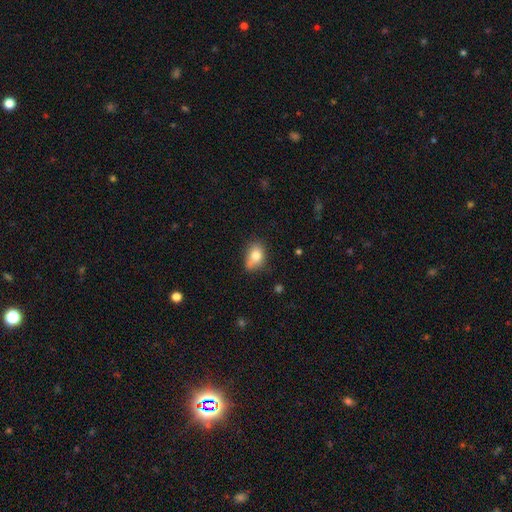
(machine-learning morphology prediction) Smooth or featured? smooth (78%)
How rounded? in between (74%)
Merging? none (54%)